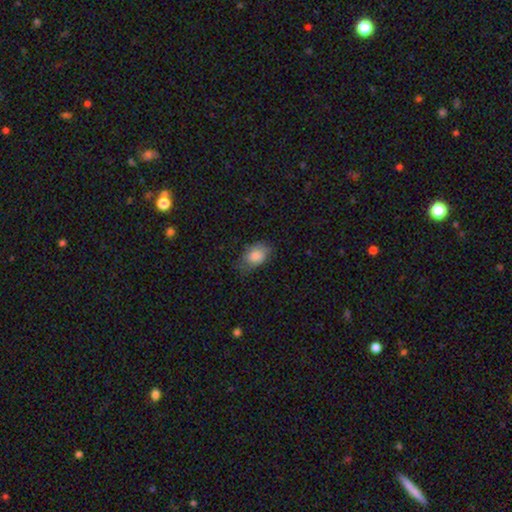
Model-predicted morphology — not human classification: This is likely a smooth galaxy (80%). How rounded: clearly in between (84%). Merging: possibly none (59%).